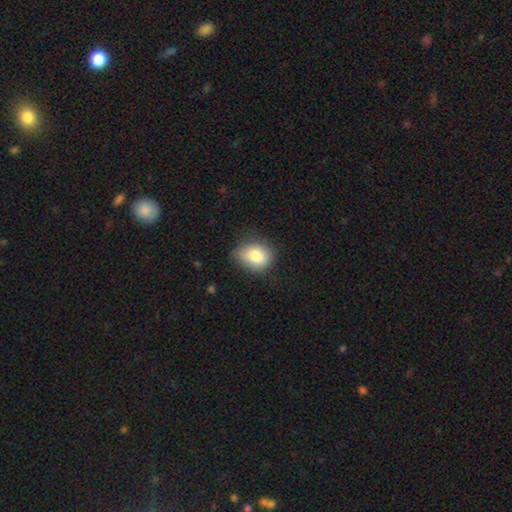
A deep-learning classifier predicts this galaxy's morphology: Smooth or featured: smooth — 81% (featured or disk — 10%)
How rounded: in between — 58% (round — 41%)
Merging: none — 72% (minor disturbance — 22%)